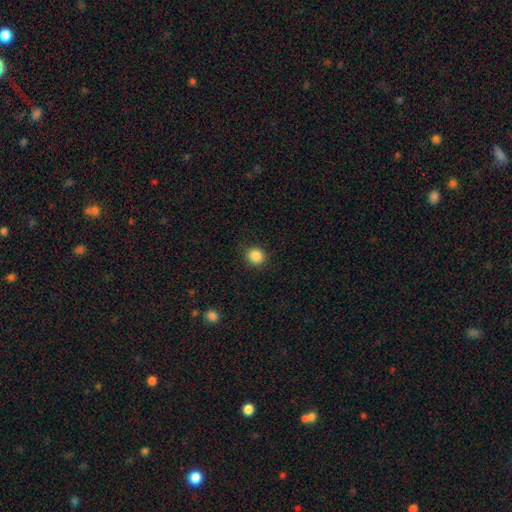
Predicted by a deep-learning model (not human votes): Overall: smooth (87%). How rounded: round (87%). Merging: none (90%).